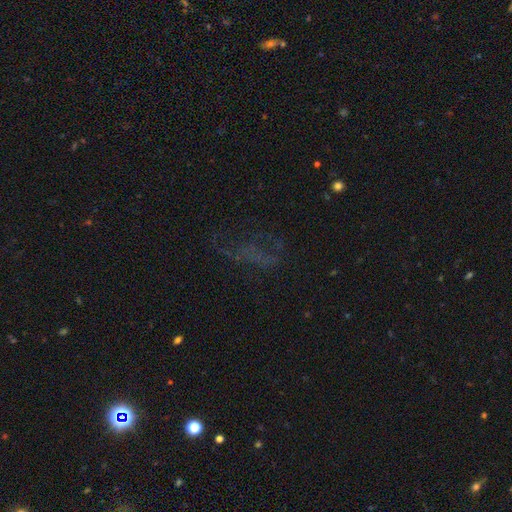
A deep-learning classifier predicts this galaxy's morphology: A star or artifact, not a galaxy (42%).